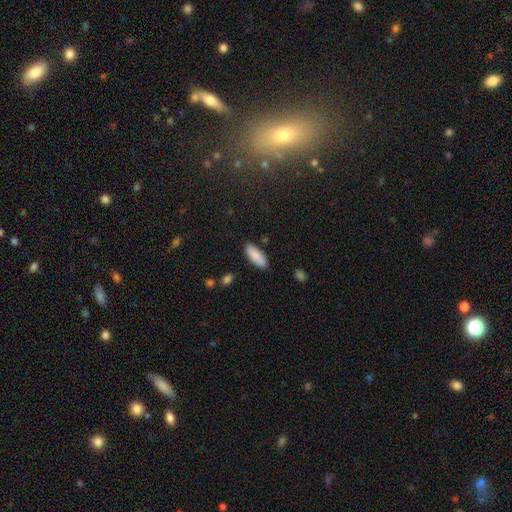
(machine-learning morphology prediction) This is clearly a smooth galaxy (89%). How rounded: likely in between (73%). Merging: clearly none (86%).